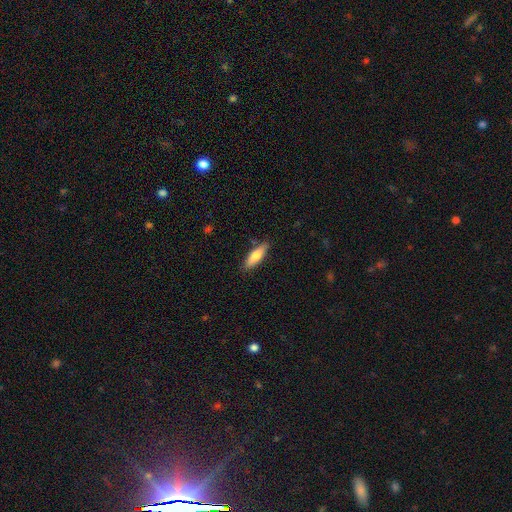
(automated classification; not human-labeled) The model was most divided on "how rounded": cigar-shaped: 54%, in between: 44%, round: 2%. More confident: merging — none (84%); smooth or featured — smooth (72%).